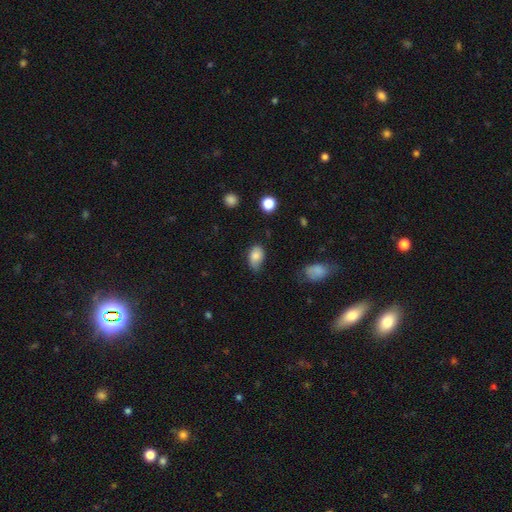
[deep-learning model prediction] Smooth or featured? smooth (83%)
How rounded? in between (87%)
Merging? none (51%)